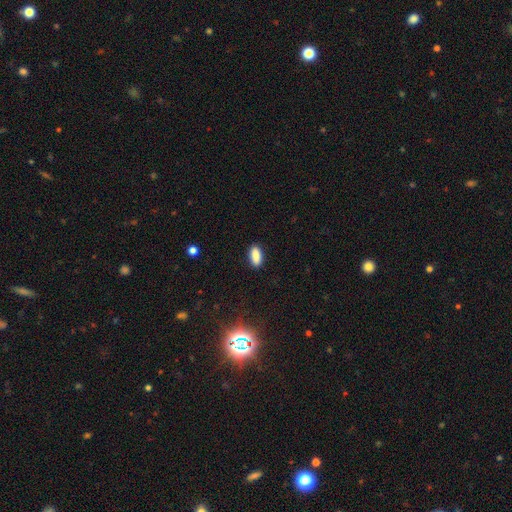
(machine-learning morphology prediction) The model was most divided on "how rounded": in between: 85%, cigar-shaped: 12%, round: 3%. More confident: merging — none (88%); smooth or featured — smooth (88%).